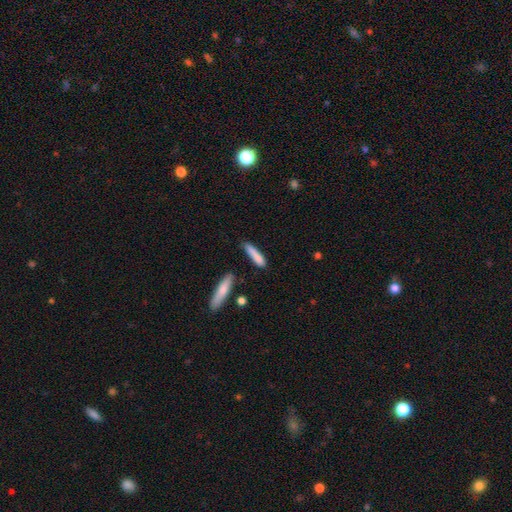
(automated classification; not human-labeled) This is clearly a smooth galaxy (81%). How rounded: clearly cigar-shaped (87%). Merging: likely none (75%).